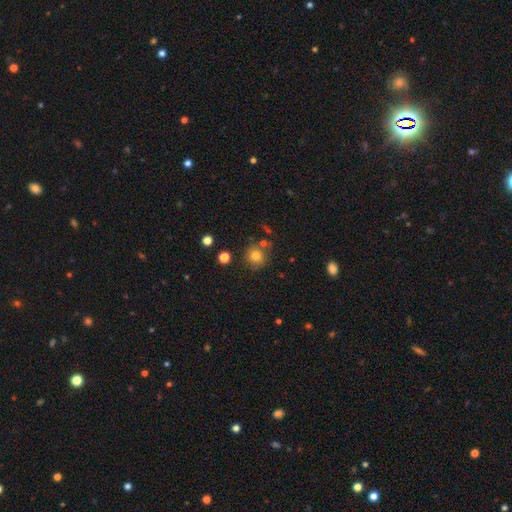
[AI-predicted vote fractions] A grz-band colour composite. It shows a smooth galaxy with no disk features (79%) that is round (89%). Merging: none (78%).